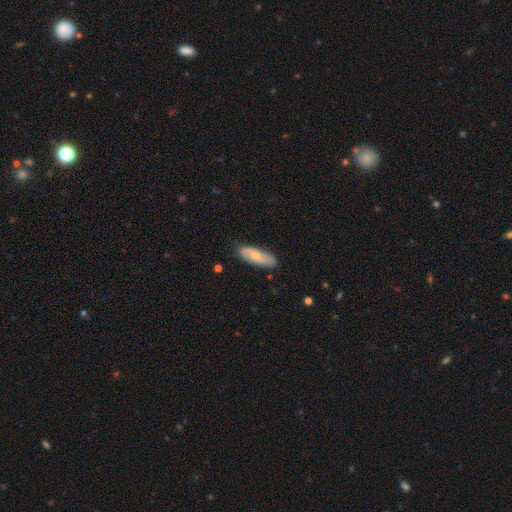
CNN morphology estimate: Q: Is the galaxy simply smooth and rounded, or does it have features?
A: smooth — 61%.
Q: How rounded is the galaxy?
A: in between — 62%.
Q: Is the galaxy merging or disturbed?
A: none — 82%.